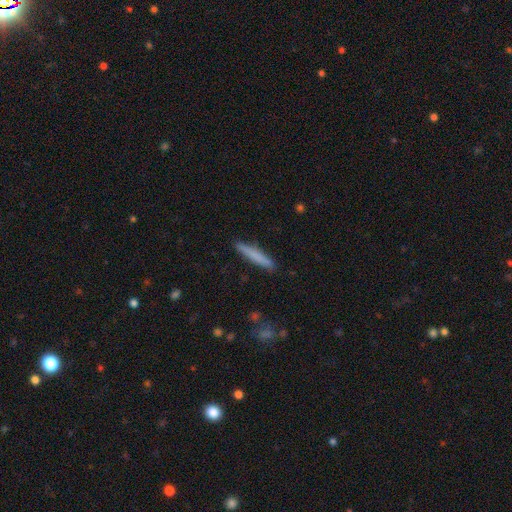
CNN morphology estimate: This appears to be a smooth galaxy with no disk features (74%) that is cigar-shaped (95%). Merging: none (89%).